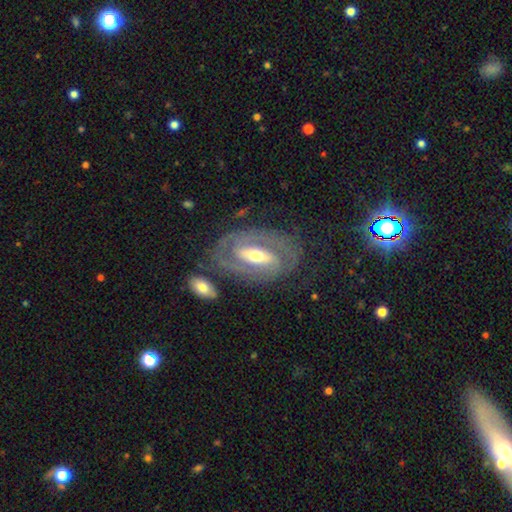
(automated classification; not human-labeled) This appears to be a featured or disk galaxy (83%) with a strong bar (47%), 2 (73%) tight (58%) spiral arms (85%) and a moderate central bulge (66%). Merging: none (71%).